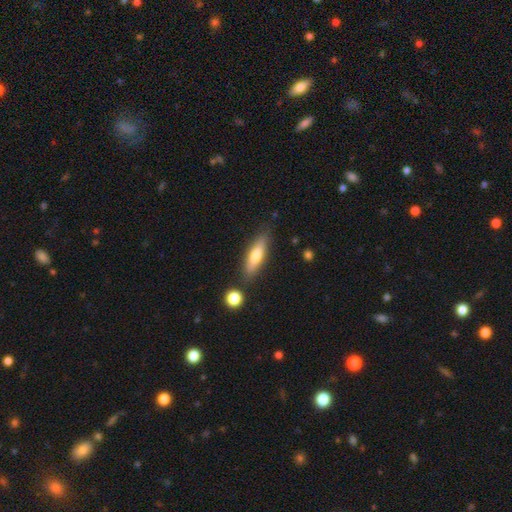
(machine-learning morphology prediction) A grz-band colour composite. It shows a smooth galaxy with no disk features (64%) that is cigar-shaped (63%). Merging: none (81%).